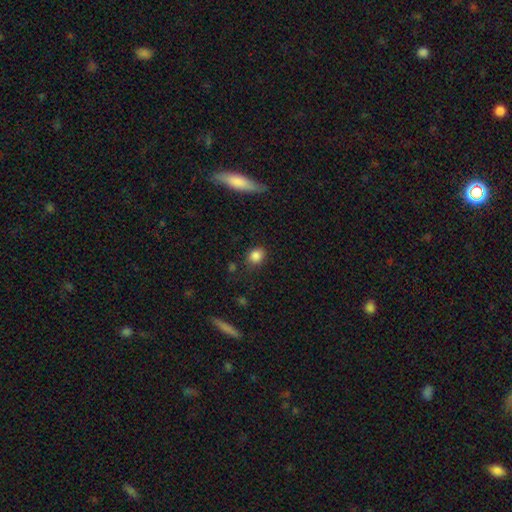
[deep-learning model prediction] smooth_or_featured: smooth (p=0.85) [alt: star or artifact p=0.10]
how_rounded: round (p=0.62) [alt: in between p=0.36]
merging: none (p=0.81) [alt: minor disturbance p=0.13]